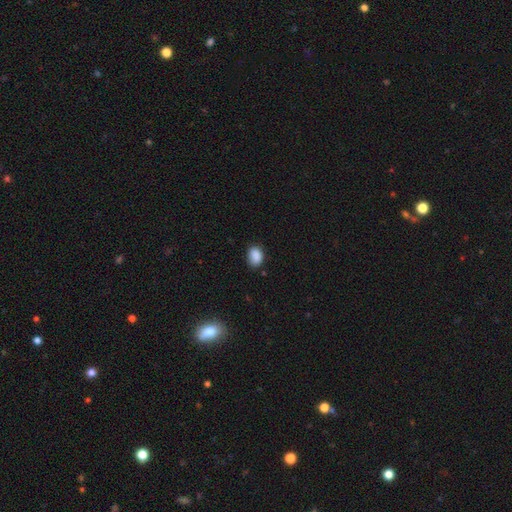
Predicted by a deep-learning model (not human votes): Q: Smooth or featured?
A: smooth (88%); runner-up: star or artifact (9%)
Q: How rounded?
A: in between (76%); runner-up: round (23%)
Q: Merging?
A: none (77%); runner-up: minor disturbance (18%)